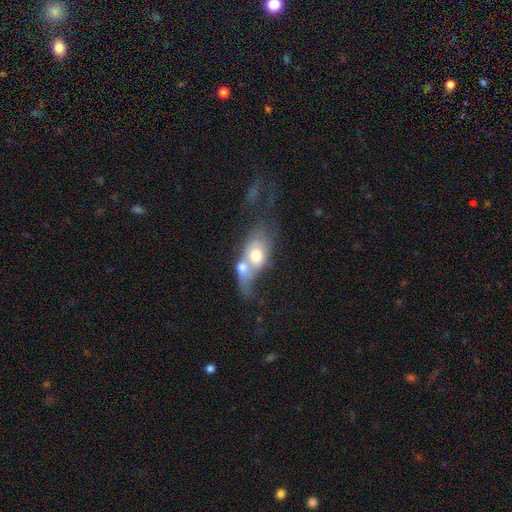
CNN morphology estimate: smooth_or_featured: smooth (p=0.55) [alt: featured or disk p=0.37]
how_rounded: in between (p=0.72) [alt: round p=0.21]
merging: merger (p=0.70) [alt: major disturbance p=0.12]